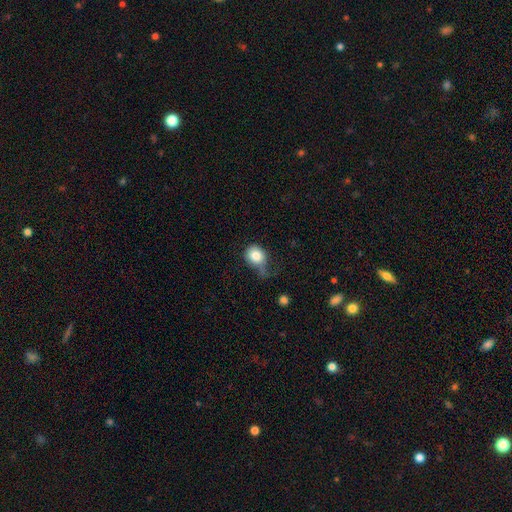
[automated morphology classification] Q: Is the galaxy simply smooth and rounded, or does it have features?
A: smooth — 82%.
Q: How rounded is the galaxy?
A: round — 74%.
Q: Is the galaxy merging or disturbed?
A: none — 38%.